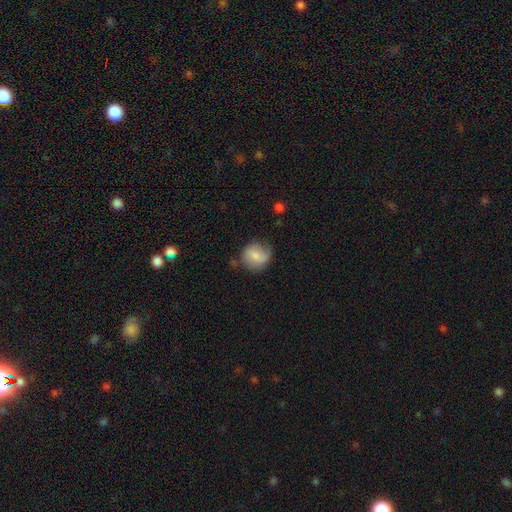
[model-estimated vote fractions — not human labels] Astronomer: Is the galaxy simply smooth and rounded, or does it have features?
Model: smooth — 71%.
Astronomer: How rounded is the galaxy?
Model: round — 83%.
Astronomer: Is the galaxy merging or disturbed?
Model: none — 60%.